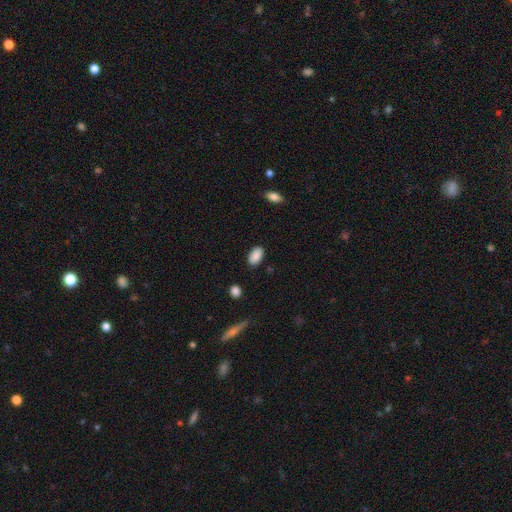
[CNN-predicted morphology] type=smooth (89%); roundness=in between (92%); merging=none (85%).